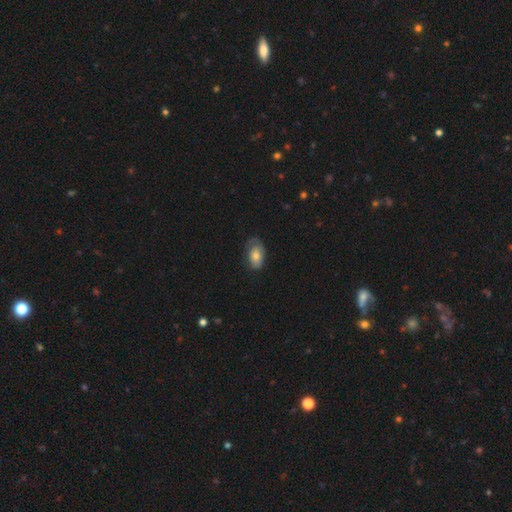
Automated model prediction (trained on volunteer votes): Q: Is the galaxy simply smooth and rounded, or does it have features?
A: smooth — 70%.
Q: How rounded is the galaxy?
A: in between — 91%.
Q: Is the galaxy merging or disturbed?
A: none — 59%.